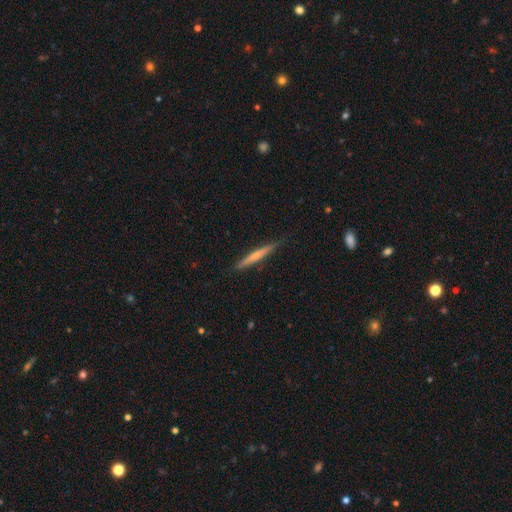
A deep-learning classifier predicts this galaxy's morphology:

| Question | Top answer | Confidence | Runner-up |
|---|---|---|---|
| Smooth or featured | smooth | 58% | featured or disk (37%) |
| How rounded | cigar-shaped | 96% | in between (3%) |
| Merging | none | 85% | minor disturbance (11%) |